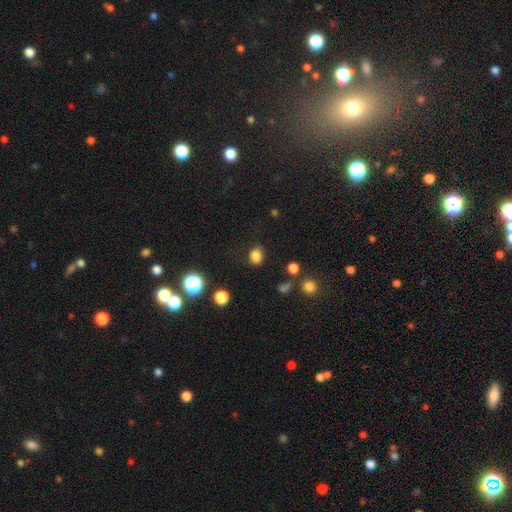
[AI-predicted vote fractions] Smooth or featured? smooth (81%)
How rounded? in between (53%)
Merging? none (78%)